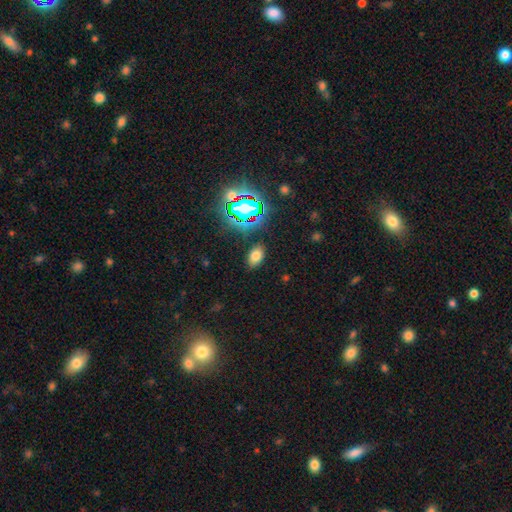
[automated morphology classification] type=smooth (69%); roundness=in between (88%); merging=none (85%).